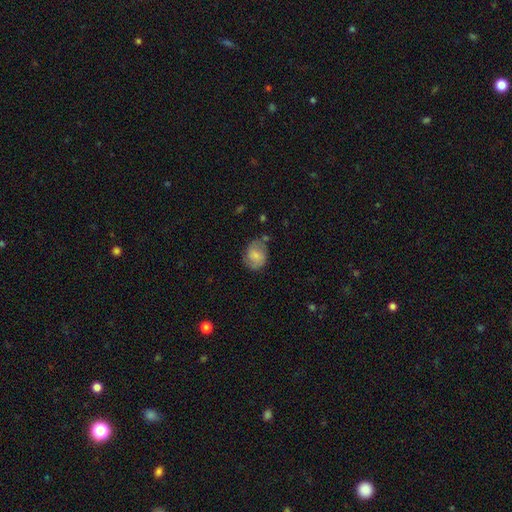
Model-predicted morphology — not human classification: Overall: smooth (64%; featured or disk 28%). How rounded: round (51%; in between 48%). Merging: none (61%; minor disturbance 26%).